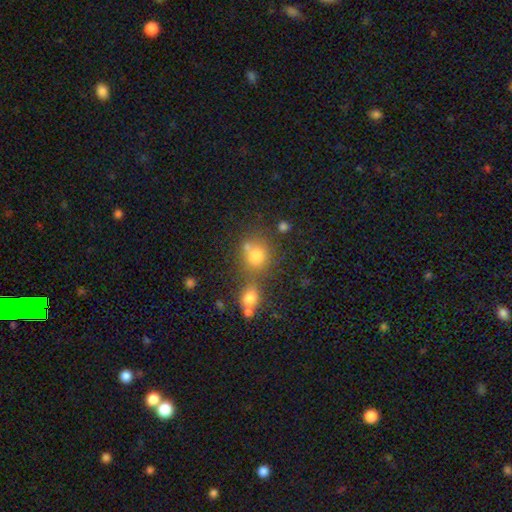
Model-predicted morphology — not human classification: Smooth or featured? Predicted: smooth (p=0.74). How rounded? Predicted: round (p=0.80). Merging? Predicted: none (p=0.51).